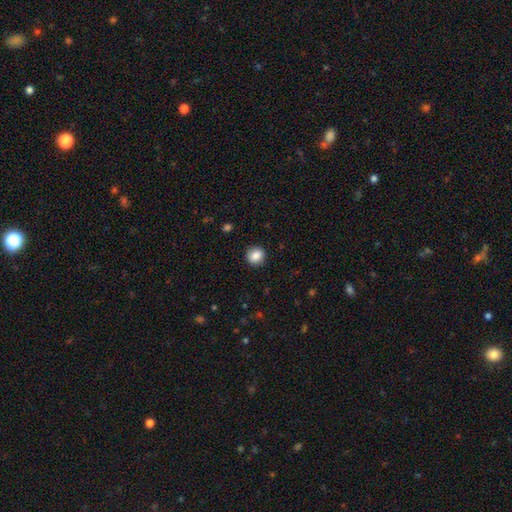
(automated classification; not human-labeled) Q: Smooth or featured?
A: smooth (86%); runner-up: star or artifact (9%)
Q: How rounded?
A: round (83%); runner-up: in between (16%)
Q: Merging?
A: none (91%); runner-up: minor disturbance (6%)